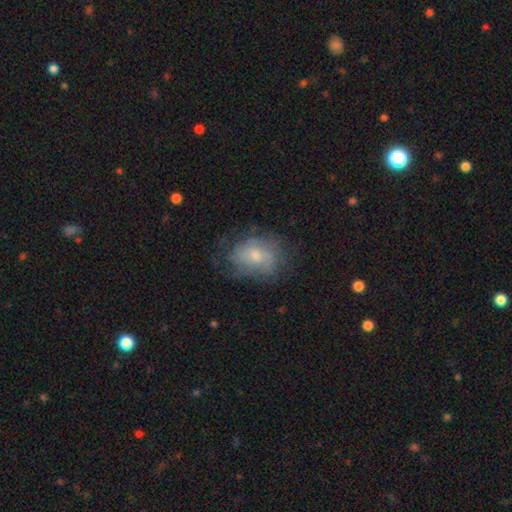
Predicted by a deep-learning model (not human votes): smooth_or_featured: featured or disk (p=0.51) [alt: smooth p=0.40]
disk_edge_on: no (p=0.96) [alt: yes p=0.04]
merging: none (p=0.59) [alt: minor disturbance p=0.25]